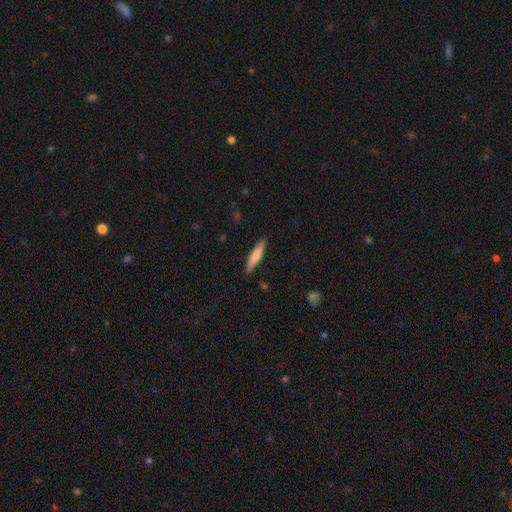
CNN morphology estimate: This appears to be a smooth galaxy with no disk features (68%) that is cigar-shaped (90%). Merging: none (89%).